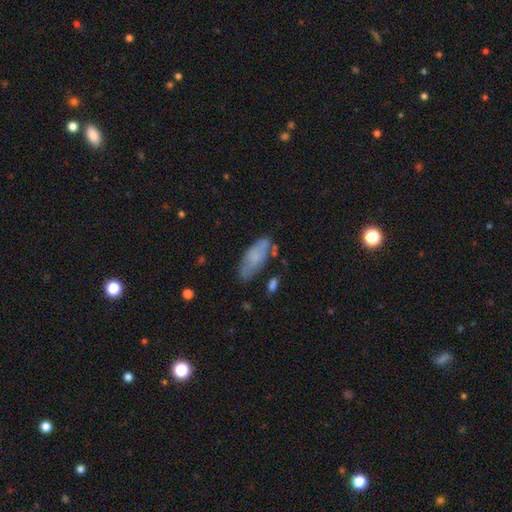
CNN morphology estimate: A smooth galaxy with no disk features (65%) that is in between round and cigar-shaped (78%). Merging: none (62%).